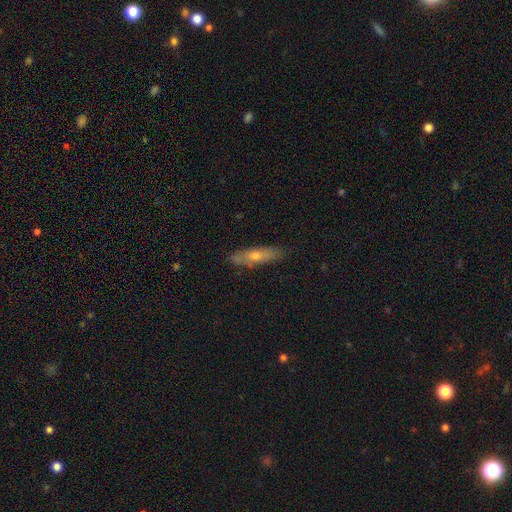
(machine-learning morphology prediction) A smooth galaxy with no disk features (47%). Merging: none (80%).